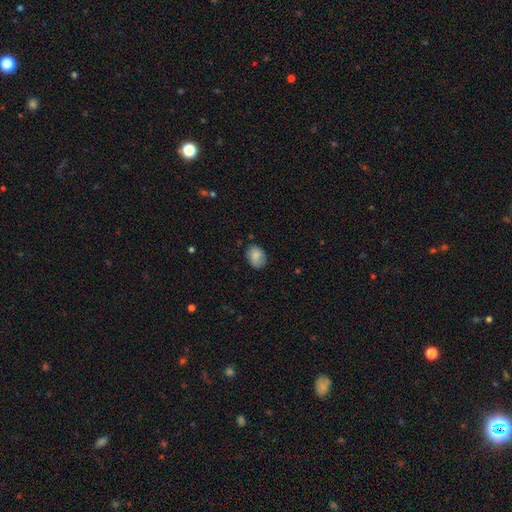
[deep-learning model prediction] smooth_or_featured: smooth (p=0.83) [alt: featured or disk p=0.10]
how_rounded: in between (p=0.67) [alt: round p=0.32]
merging: none (p=0.75) [alt: minor disturbance p=0.20]